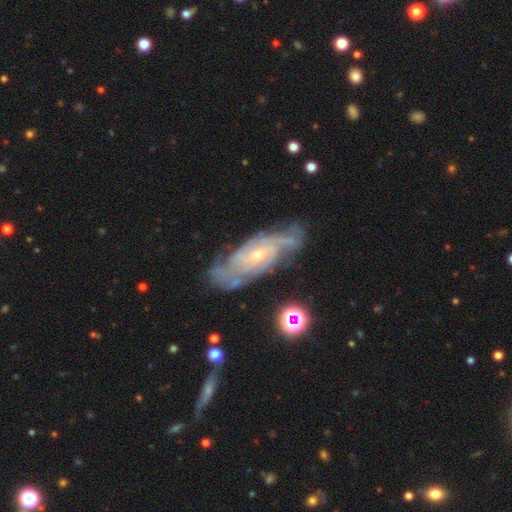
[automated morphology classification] This is clearly a featured or disk galaxy (83%). It is clearly not viewed edge-on (87%). Bar: likely no (67%). Spiral arm pattern: clearly yes (92%). Spiral arm count: marginally can't tell (42%). Spiral winding: likely tight (61%). Central bulge: likely small (71%). Merging: likely none (75%).